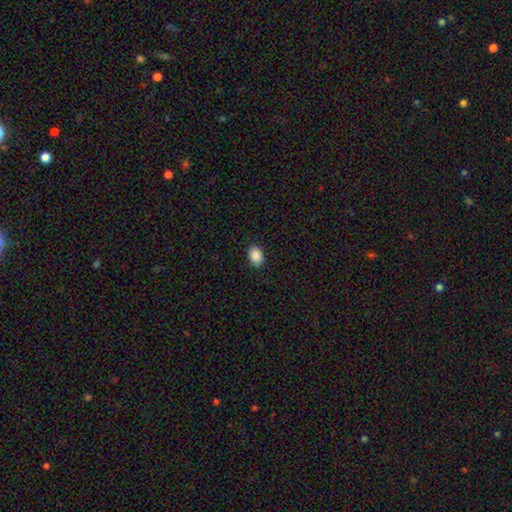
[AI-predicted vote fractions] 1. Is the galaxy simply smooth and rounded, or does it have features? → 89% smooth, 8% star or artifact, 3% featured or disk.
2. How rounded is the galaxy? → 80% in between, 19% round, 1% cigar-shaped.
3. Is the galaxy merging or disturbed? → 90% none, 7% minor disturbance, 2% major disturbance, 1% merger.